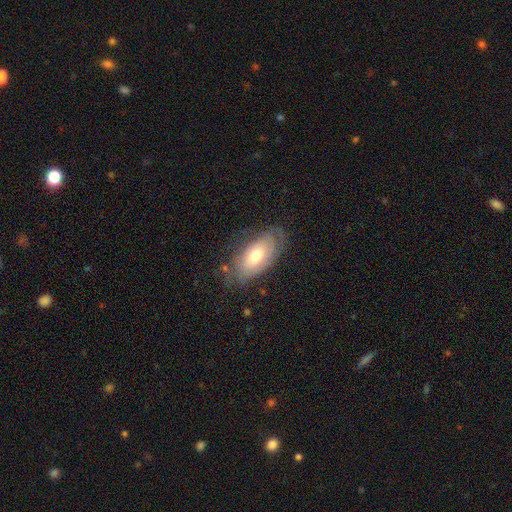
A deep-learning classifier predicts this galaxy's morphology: Smooth or featured? featured or disk (49%)
Merging? none (69%)